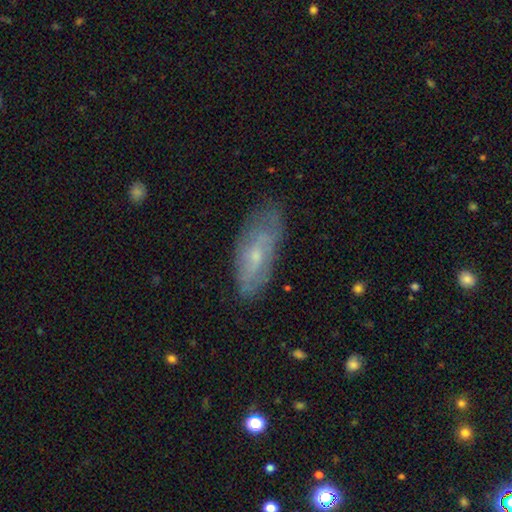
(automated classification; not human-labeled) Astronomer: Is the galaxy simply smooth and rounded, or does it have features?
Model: featured or disk — 55% (runner-up: smooth, 37%).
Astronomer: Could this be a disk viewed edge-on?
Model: no — 84%.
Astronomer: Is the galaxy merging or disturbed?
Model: none — 69%.